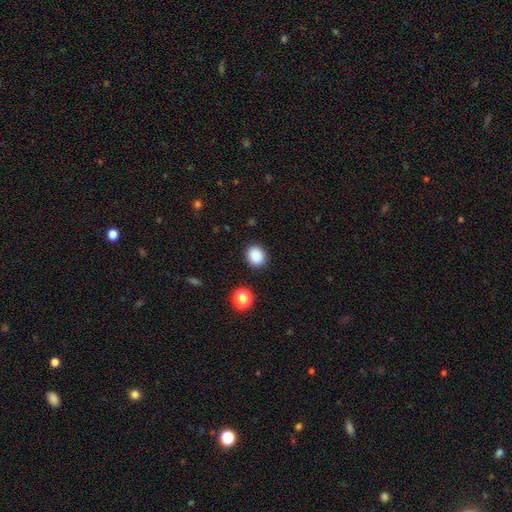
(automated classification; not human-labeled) This is clearly a smooth galaxy (87%). How rounded: likely round (72%). Merging: clearly none (88%).